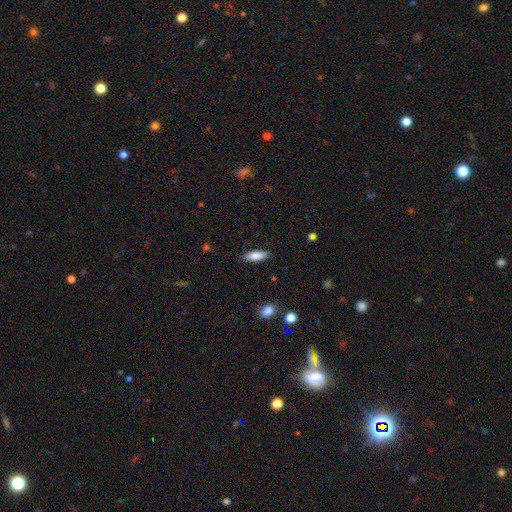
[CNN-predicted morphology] Smooth or featured: smooth — 84% (featured or disk — 10%)
How rounded: in between — 61% (cigar-shaped — 37%)
Merging: none — 88% (minor disturbance — 9%)